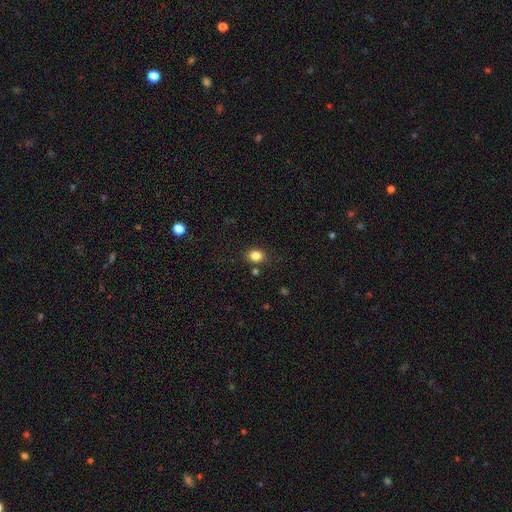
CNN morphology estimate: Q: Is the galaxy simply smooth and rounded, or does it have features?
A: smooth — 84%.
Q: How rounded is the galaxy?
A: round — 59%.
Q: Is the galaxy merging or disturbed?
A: none — 82%.